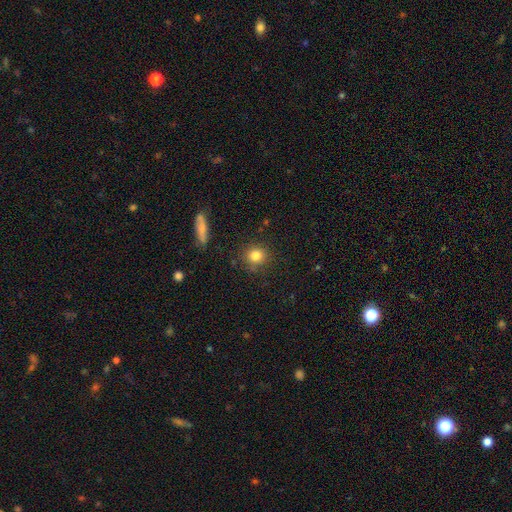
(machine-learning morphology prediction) Smooth or featured? Predicted: smooth (p=0.82). How rounded? Predicted: round (p=0.85). Merging? Predicted: none (p=0.85).